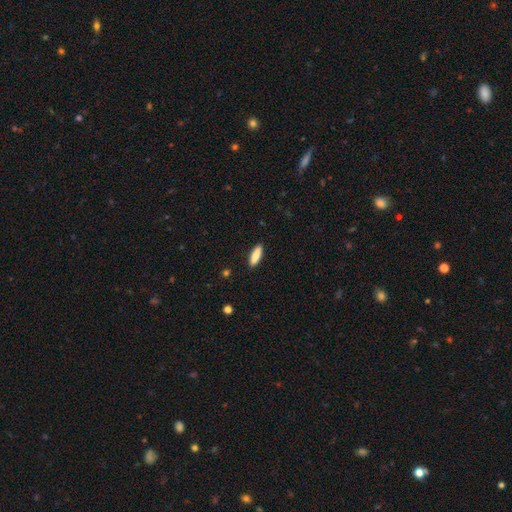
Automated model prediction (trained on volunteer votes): Smooth or featured? smooth (86%)
How rounded? cigar-shaped (53%)
Merging? none (90%)